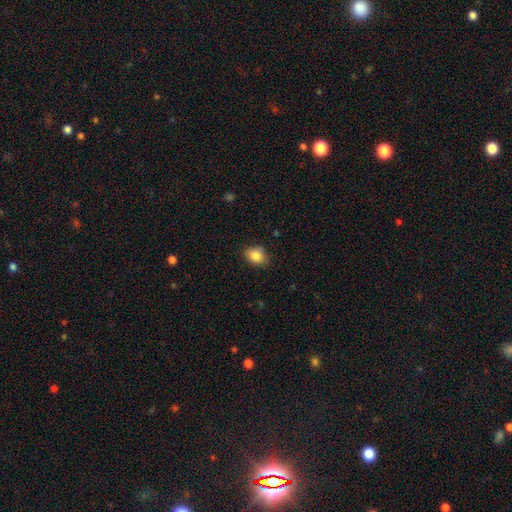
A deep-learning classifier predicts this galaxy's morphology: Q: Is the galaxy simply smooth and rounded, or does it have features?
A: smooth — 86%.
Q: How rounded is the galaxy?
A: in between — 60%.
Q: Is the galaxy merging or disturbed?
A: none — 82%.